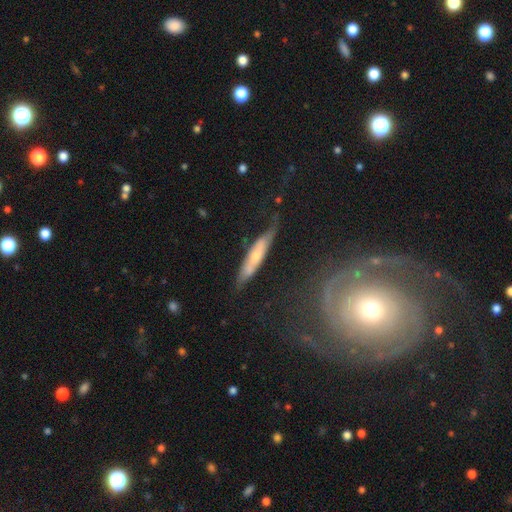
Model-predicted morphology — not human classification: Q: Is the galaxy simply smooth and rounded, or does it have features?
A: featured or disk — 53%.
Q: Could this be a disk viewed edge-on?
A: yes — 66%.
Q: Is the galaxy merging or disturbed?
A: none — 59%.